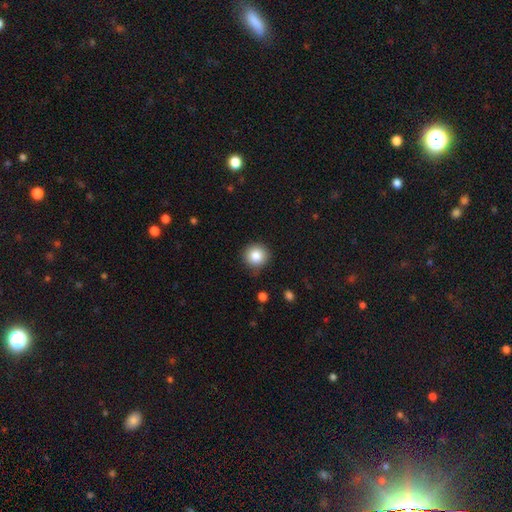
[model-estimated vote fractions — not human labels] A smooth galaxy with no disk features (84%) that is round (92%). Merging: none (87%).